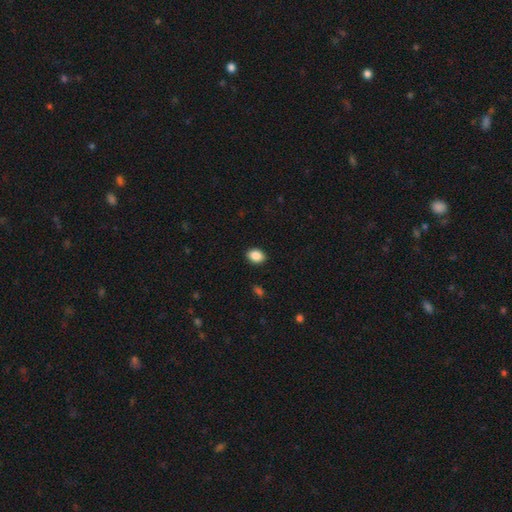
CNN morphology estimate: A smooth galaxy with no disk features (88%) that is in between round and cigar-shaped (74%). Merging: none (90%).